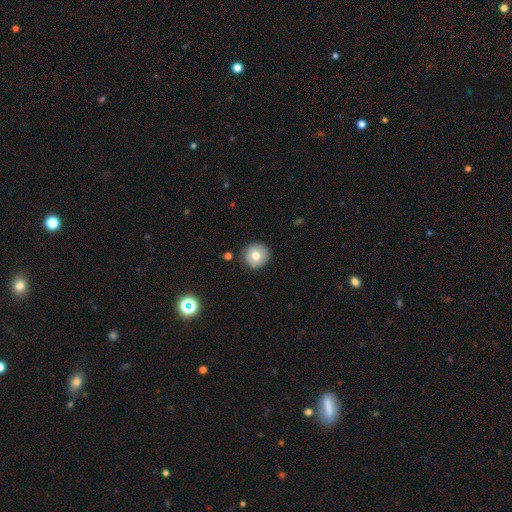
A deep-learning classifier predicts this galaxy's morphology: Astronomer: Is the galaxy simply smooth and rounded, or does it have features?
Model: smooth — 74%.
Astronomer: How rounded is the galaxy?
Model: round — 95%.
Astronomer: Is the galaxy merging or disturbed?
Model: none — 89%.